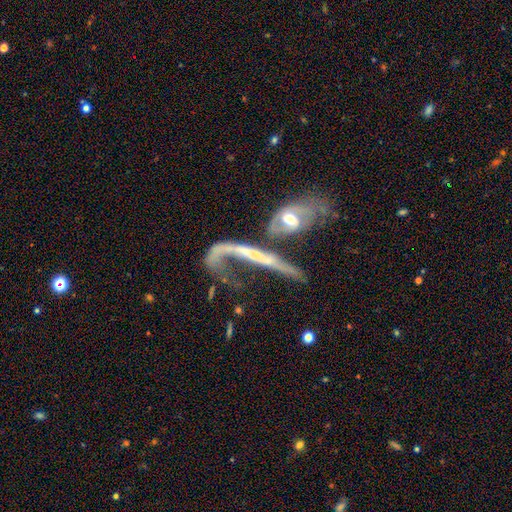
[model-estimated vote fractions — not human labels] featured or disk 68%, smooth 22%, star or artifact 10%. Down the decision tree: edge-on disk — no (68%); merging — merger (47%).